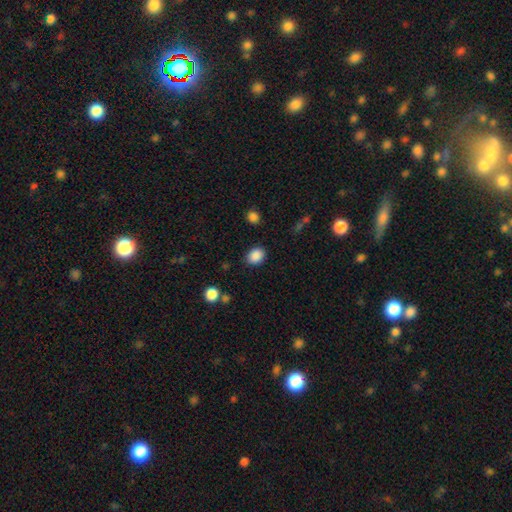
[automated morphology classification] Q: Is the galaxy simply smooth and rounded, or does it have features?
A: smooth — 88%.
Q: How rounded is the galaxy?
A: in between — 50%.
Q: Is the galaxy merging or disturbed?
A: none — 86%.